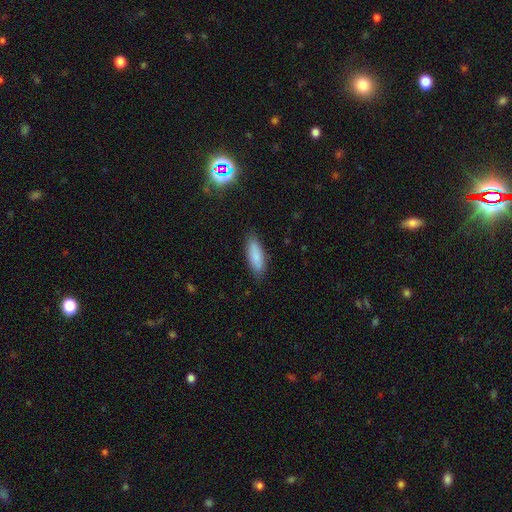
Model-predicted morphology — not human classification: The model was most divided on "how rounded": in between: 56%, cigar-shaped: 42%, round: 2%. More confident: merging — none (86%); smooth or featured — smooth (85%).